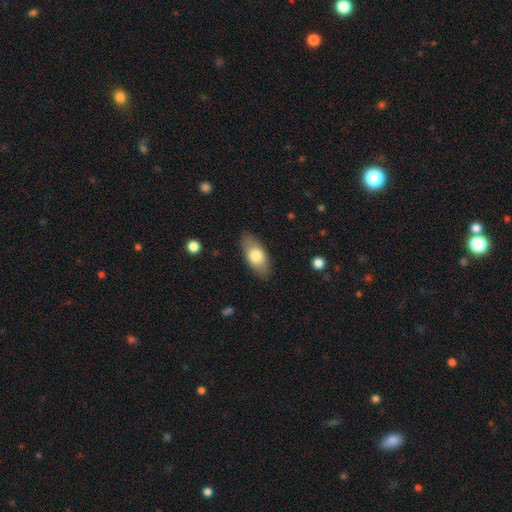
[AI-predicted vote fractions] A smooth galaxy with no disk features (74%) that is in between round and cigar-shaped (89%). Merging: none (83%).